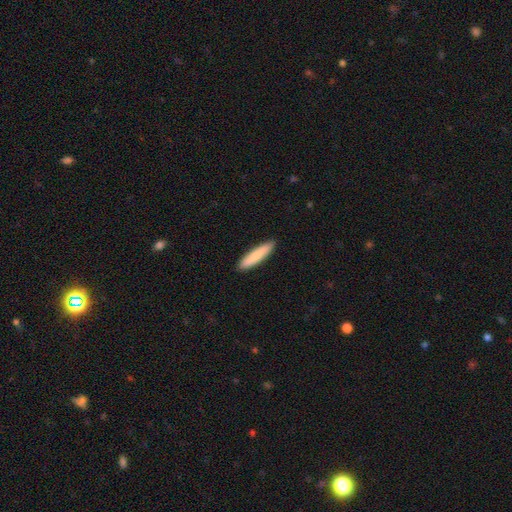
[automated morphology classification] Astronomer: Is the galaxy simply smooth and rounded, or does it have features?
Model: smooth — 83%.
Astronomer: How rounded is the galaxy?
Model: cigar-shaped — 86%.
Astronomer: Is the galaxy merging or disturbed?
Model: none — 90%.